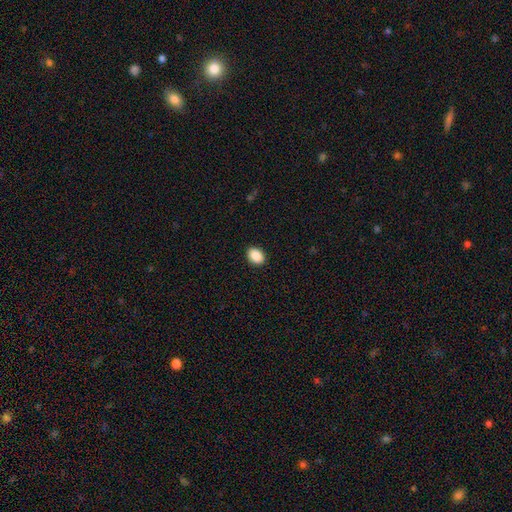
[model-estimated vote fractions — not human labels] smooth 89%, star or artifact 8%, featured or disk 3%. Down the decision tree: how rounded — in between (77%); merging — none (91%).